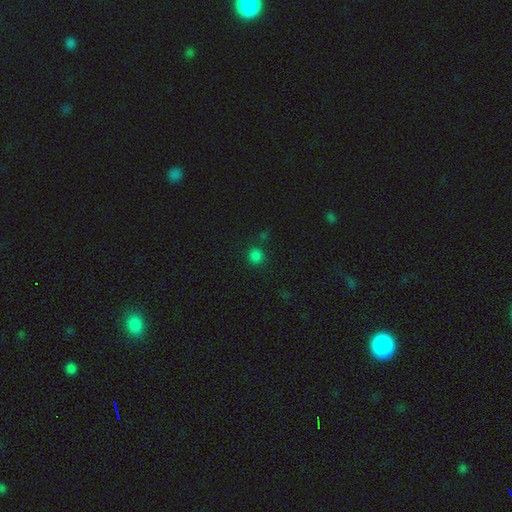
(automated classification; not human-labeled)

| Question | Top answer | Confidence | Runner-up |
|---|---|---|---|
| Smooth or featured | smooth | 79% | star or artifact (18%) |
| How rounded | round | 87% | in between (12%) |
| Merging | none | 82% | minor disturbance (9%) |